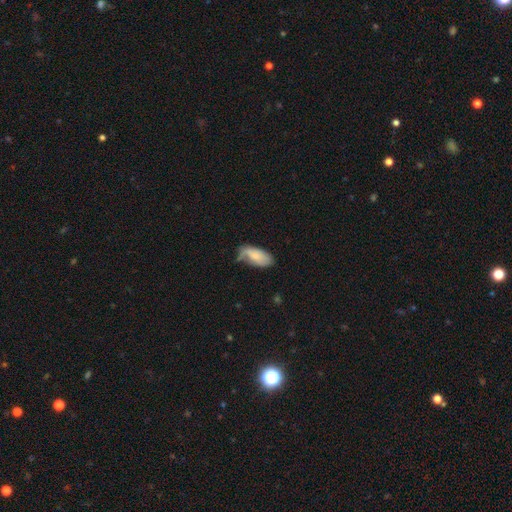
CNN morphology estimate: A smooth galaxy with no disk features (68%) that is in between round and cigar-shaped (91%).

Vote fractions:
- Smooth or featured? smooth: 68% / featured or disk: 25% / star or artifact: 7%
- How rounded? in between: 91% / cigar-shaped: 7% / round: 2%
- Merging? none: 42% / minor disturbance: 37% / major disturbance: 16% / merger: 4%